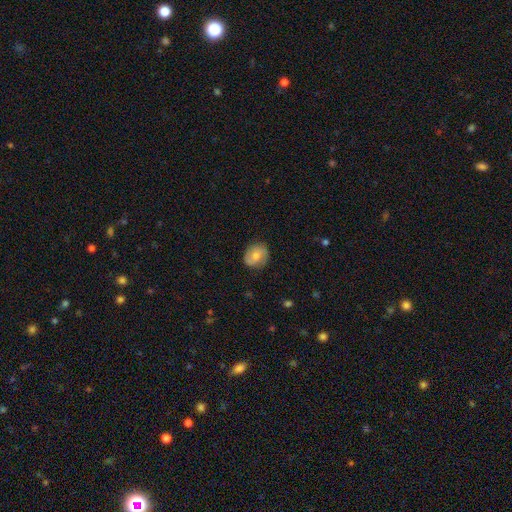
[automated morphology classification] A smooth galaxy with no disk features (55%) that is round (59%).

Vote fractions:
- Smooth or featured? smooth: 55% / featured or disk: 37% / star or artifact: 8%
- How rounded? round: 59% / in between: 40% / cigar-shaped: 1%
- Merging? none: 78% / minor disturbance: 17% / major disturbance: 4% / merger: 1%